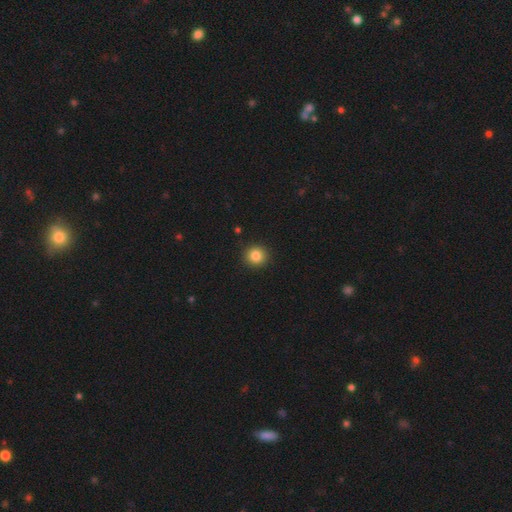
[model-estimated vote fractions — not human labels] Morphology: type=smooth (85%); roundness=round (92%); merging=none (92%).